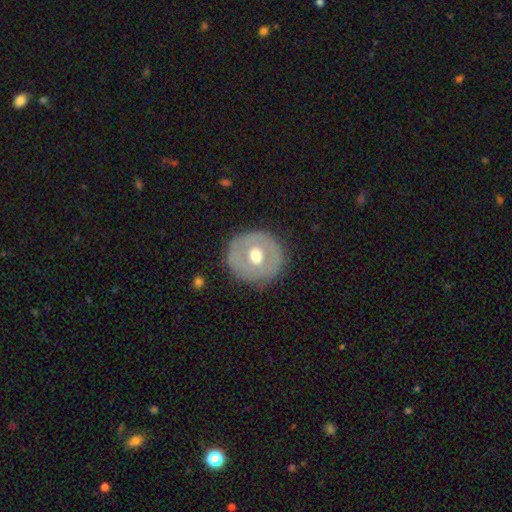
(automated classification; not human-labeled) This is possibly a featured or disk galaxy (48%). Merging: clearly none (81%).